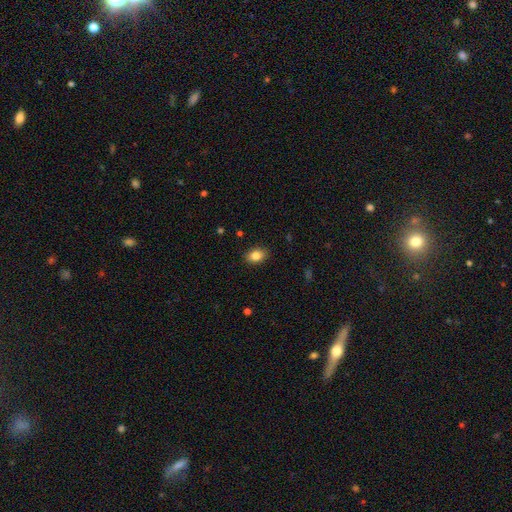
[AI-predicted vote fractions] Overall: smooth (84%). How rounded: in between (72%). Merging: none (88%).